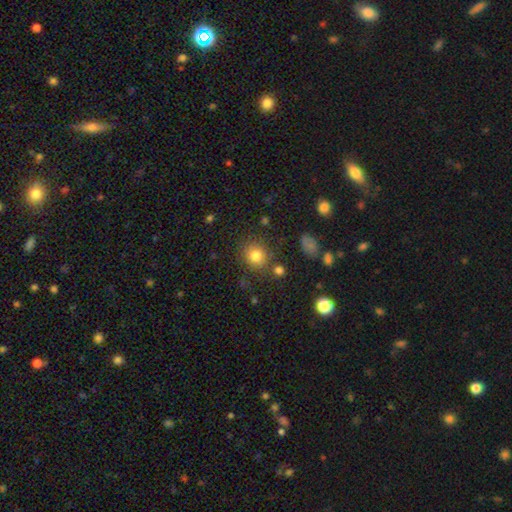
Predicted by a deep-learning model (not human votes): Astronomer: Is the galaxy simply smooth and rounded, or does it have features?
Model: smooth — 81%.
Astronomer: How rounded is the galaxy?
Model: round — 77%.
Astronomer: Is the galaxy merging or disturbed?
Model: none — 78%.